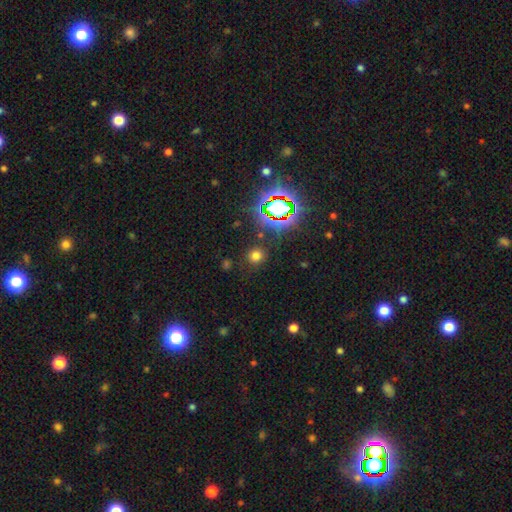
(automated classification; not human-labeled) smooth_or_featured: smooth (p=0.66) [alt: star or artifact p=0.27]
how_rounded: round (p=0.87) [alt: in between p=0.12]
merging: none (p=0.85) [alt: minor disturbance p=0.09]